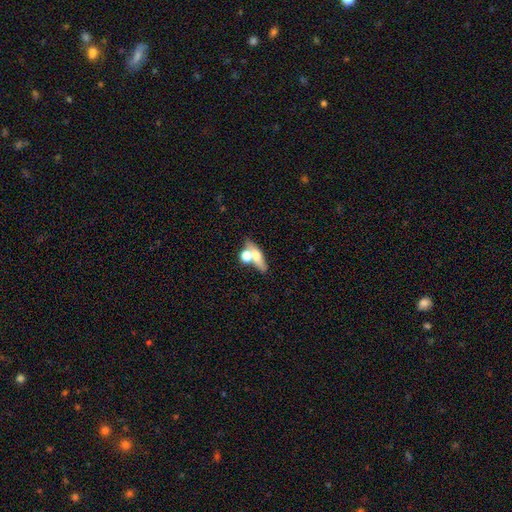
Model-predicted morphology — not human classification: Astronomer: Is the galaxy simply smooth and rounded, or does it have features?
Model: smooth — 57% (runner-up: featured or disk, 33%).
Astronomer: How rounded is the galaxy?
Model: in between — 48% (runner-up: cigar-shaped, 33%).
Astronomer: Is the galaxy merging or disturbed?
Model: none — 43% (runner-up: merger, 40%).